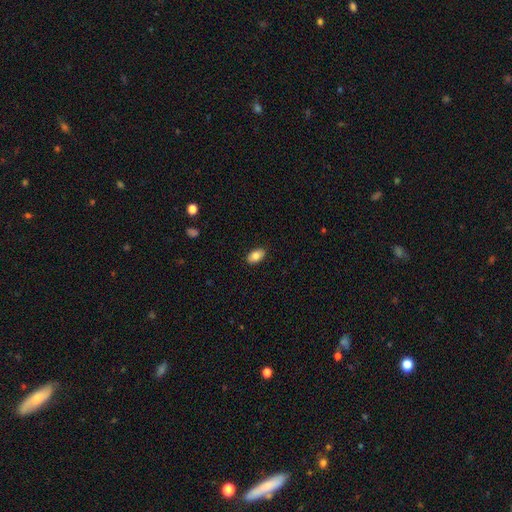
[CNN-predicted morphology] Q: Smooth or featured?
A: smooth (84%); runner-up: featured or disk (9%)
Q: How rounded?
A: in between (92%); runner-up: round (6%)
Q: Merging?
A: none (88%); runner-up: minor disturbance (9%)